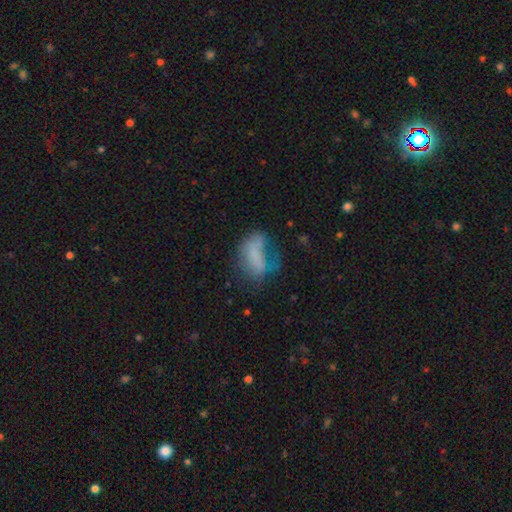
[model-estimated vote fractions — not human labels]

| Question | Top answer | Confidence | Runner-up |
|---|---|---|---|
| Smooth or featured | smooth | 59% | featured or disk (28%) |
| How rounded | in between | 83% | cigar-shaped (10%) |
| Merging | major disturbance | 37% | none (30%) |